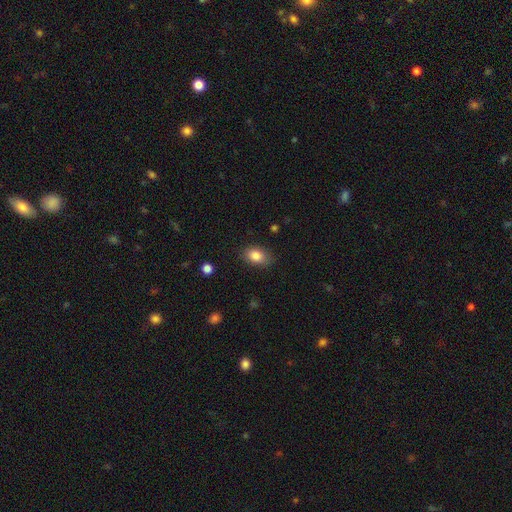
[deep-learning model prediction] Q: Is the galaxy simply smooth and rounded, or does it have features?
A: smooth — 85%.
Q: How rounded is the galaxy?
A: in between — 82%.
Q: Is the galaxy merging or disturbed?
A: none — 82%.